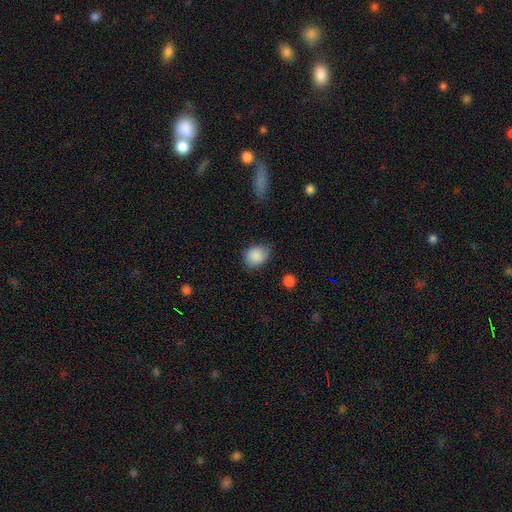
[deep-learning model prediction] A smooth galaxy with no disk features (88%) that is round (54%). Merging: none (67%).